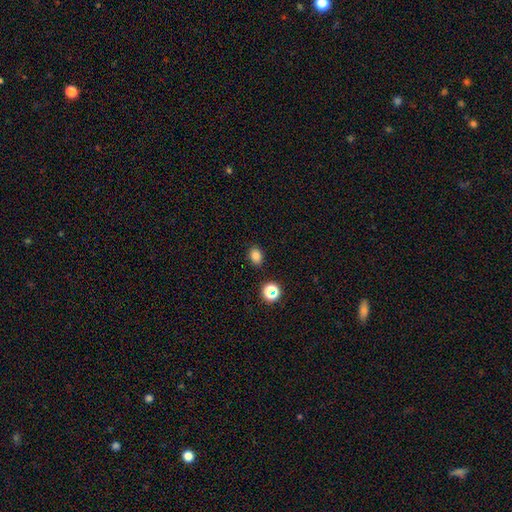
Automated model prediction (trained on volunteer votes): Morphology: type=smooth (80%); roundness=in between (68%); merging=none (87%).